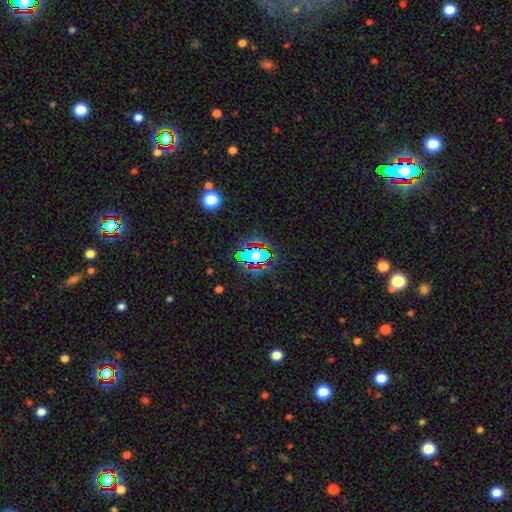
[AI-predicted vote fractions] Morphology: type=star or artifact (46%).